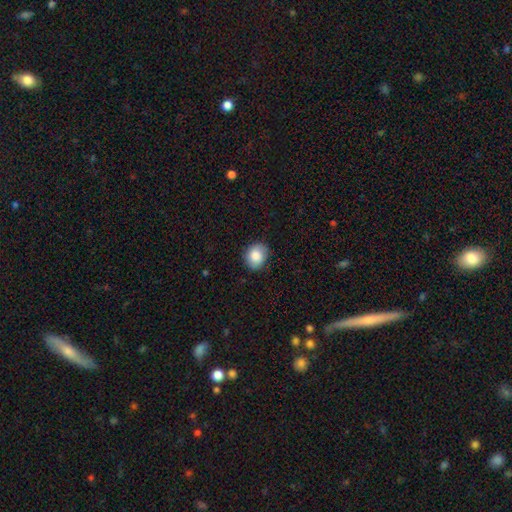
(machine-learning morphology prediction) smooth-or-featured: smooth: 84% | star or artifact: 8% | featured or disk: 8%
  how-rounded: round: 63% | in between: 36% | cigar-shaped: 1%
  merging: none: 83% | minor disturbance: 13% | major disturbance: 3% | merger: 1%